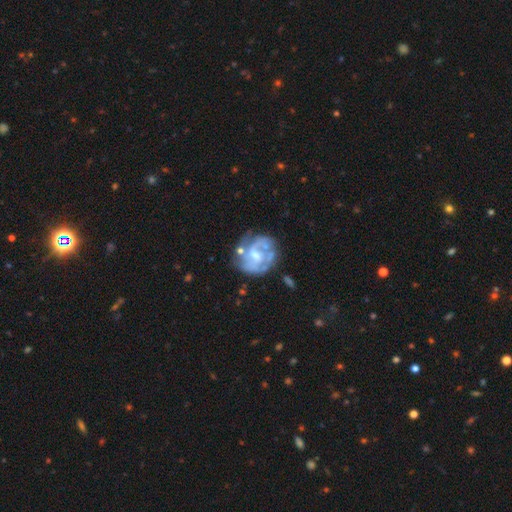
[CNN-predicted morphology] Smooth or featured? Predicted: featured or disk (p=0.75). Edge-on disk? Predicted: no (p=0.98). Bar? Predicted: no (p=0.48). Spiral arms? Predicted: yes (p=0.70). Spiral winding? Predicted: medium (p=0.40). Spiral arm count? Predicted: 2 (p=0.38). Bulge size? Predicted: moderate (p=0.50). Merging? Predicted: none (p=0.51).